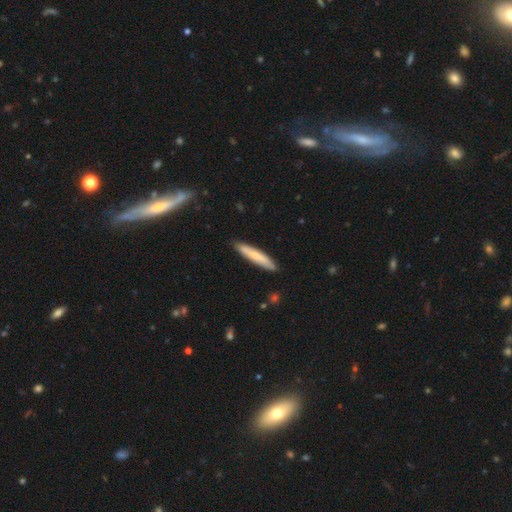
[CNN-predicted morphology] A smooth galaxy with no disk features (72%) that is cigar-shaped (92%). Merging: none (89%).